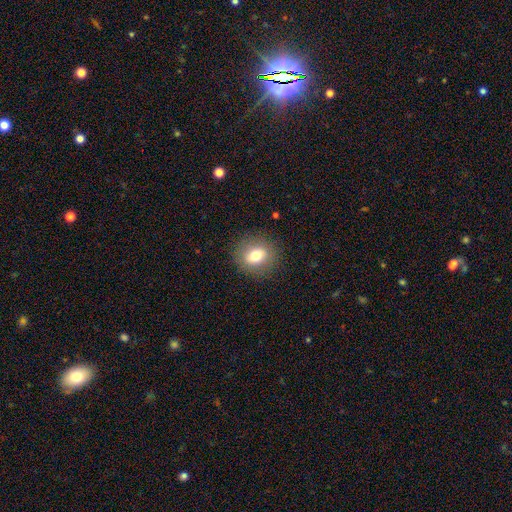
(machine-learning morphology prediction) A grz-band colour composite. It shows a smooth galaxy with no disk features (75%) that is round (71%). Merging: none (87%).